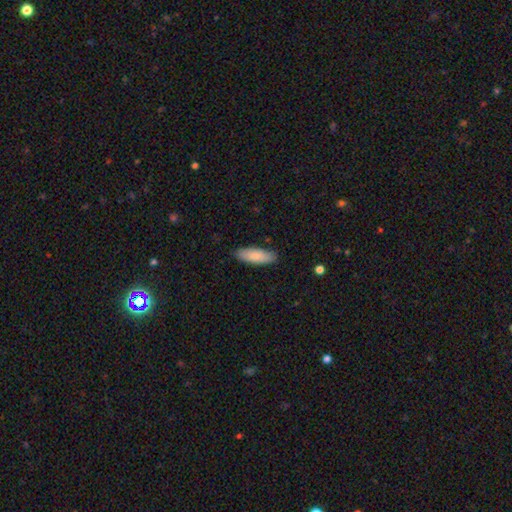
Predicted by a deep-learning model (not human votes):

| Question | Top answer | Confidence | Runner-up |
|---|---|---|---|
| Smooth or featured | smooth | 85% | featured or disk (10%) |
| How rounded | in between | 62% | cigar-shaped (37%) |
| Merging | none | 87% | minor disturbance (10%) |